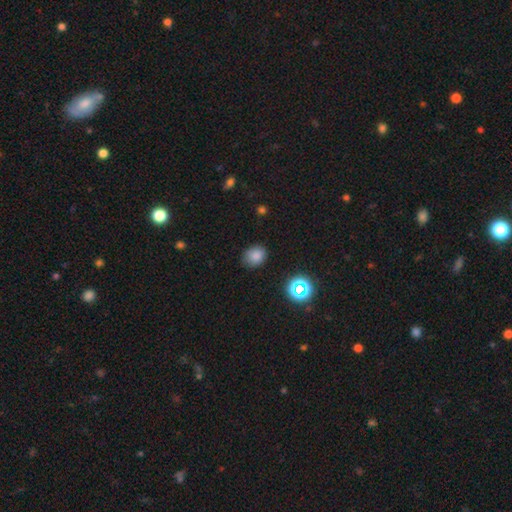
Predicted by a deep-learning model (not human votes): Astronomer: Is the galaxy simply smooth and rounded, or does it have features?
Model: smooth — 79%.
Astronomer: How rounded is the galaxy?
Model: round — 55% (runner-up: in between, 44%).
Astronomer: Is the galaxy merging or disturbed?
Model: none — 78%.